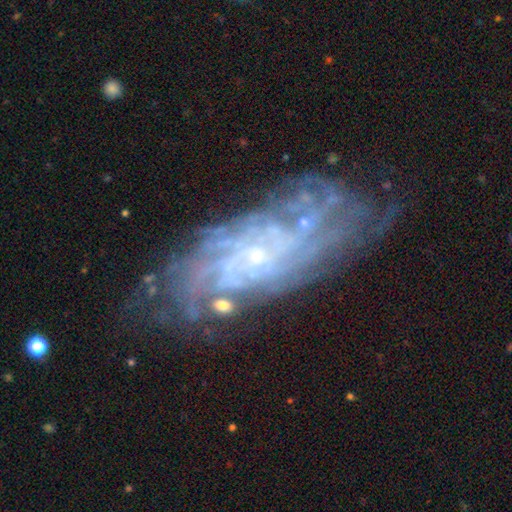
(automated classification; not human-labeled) Smooth or featured? featured or disk (85%)
Edge-on disk? no (93%)
Bar? no (74%)
Spiral arms? yes (95%)
Spiral winding? tight (75%)
Spiral arm count? can't tell (38%)
Bulge size? small (85%)
Merging? none (72%)